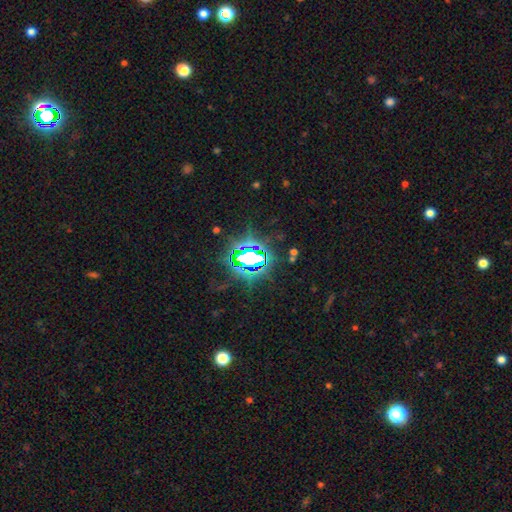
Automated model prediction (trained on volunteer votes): smooth-or-featured: star or artifact: 82% | smooth: 11% | featured or disk: 7%